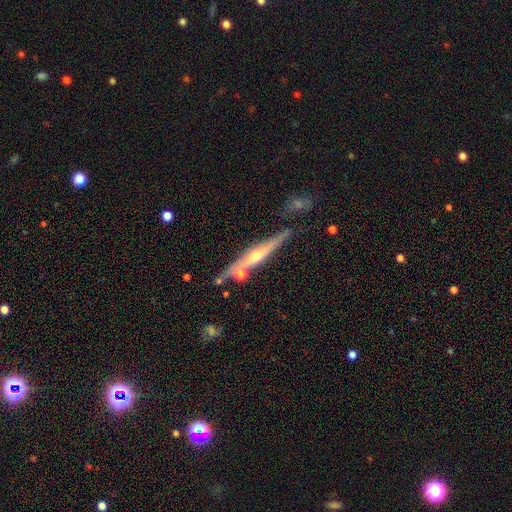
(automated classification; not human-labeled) A featured or disk galaxy (71%) viewed edge-on (93%) with a rounded central bulge (81%). Merging: none (69%).